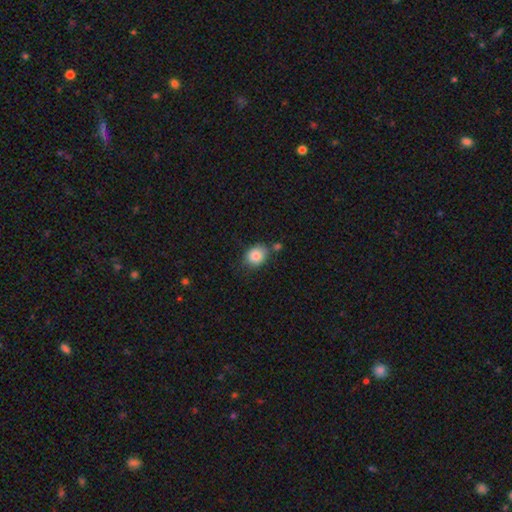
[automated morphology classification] A smooth galaxy with no disk features (84%) that is round (53%).

Vote fractions:
- Smooth or featured? smooth: 84% / star or artifact: 9% / featured or disk: 8%
- How rounded? round: 53% / in between: 46% / cigar-shaped: 1%
- Merging? none: 69% / minor disturbance: 16% / merger: 11% / major disturbance: 4%